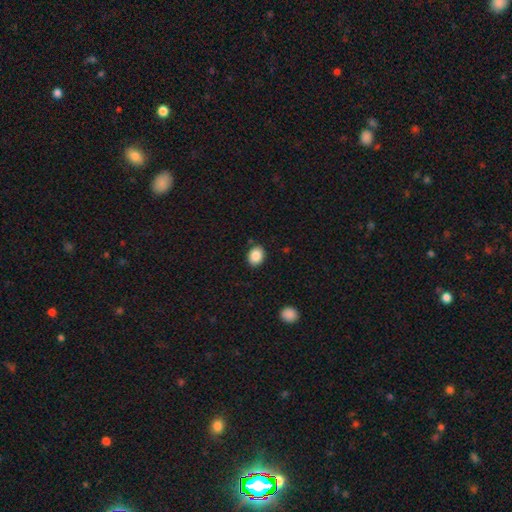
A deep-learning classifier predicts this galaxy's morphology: smooth-or-featured: smooth: 87% | star or artifact: 8% | featured or disk: 4%
  how-rounded: in between: 50% | round: 49% | cigar-shaped: 1%
  merging: none: 89% | minor disturbance: 8% | major disturbance: 2% | merger: 2%